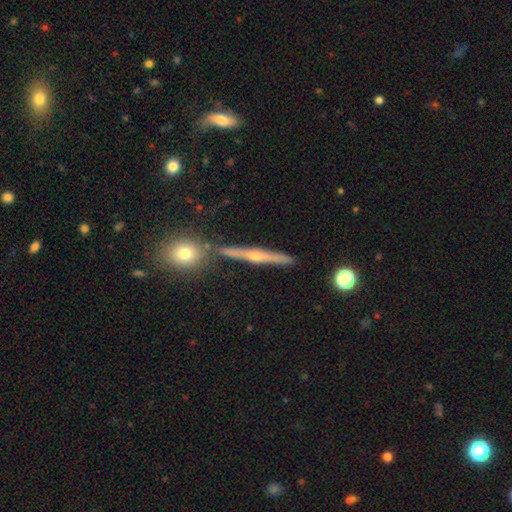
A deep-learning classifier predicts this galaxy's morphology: smooth_or_featured: featured or disk (p=0.73) [alt: smooth p=0.18]
disk_edge_on: yes (p=0.96) [alt: no p=0.04]
edge_on_bulge: rounded (p=0.81) [alt: none p=0.12]
merging: none (p=0.80) [alt: minor disturbance p=0.10]